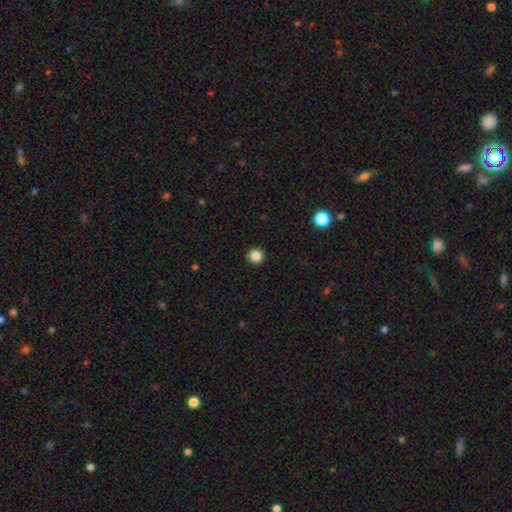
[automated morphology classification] This appears to be a smooth galaxy with no disk features (85%) that is round (96%). Merging: none (93%).